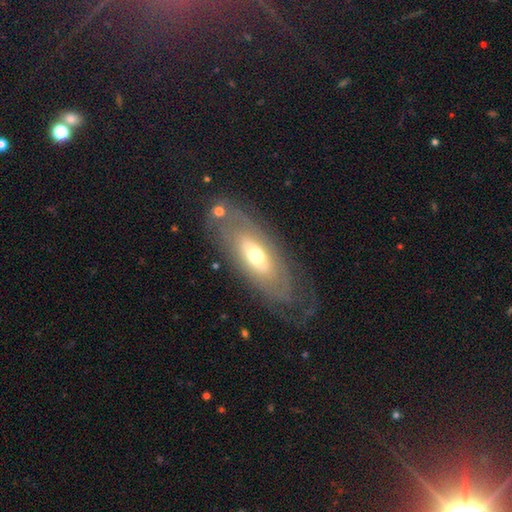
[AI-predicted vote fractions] featured or disk 63%, smooth 31%, star or artifact 7%. Down the decision tree: edge-on disk — no (81%); bar — no (79%); spiral arms — no (54%); bulge size — moderate (63%); merging — none (69%).